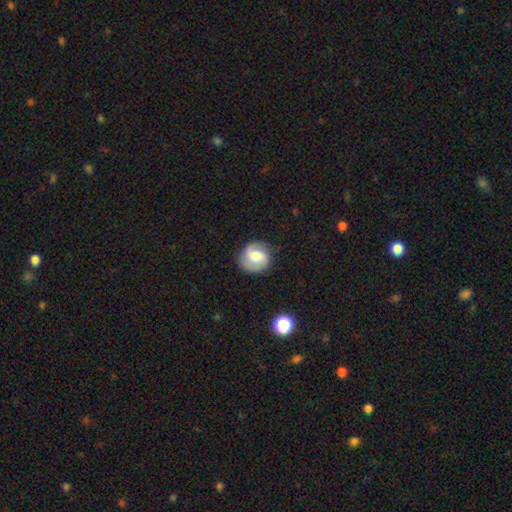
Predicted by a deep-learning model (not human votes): A featured or disk galaxy (60%) with a weak bar (51%), 2 (84%) medium (45%) spiral arms (90%) and a moderate central bulge (54%).

Vote fractions:
- Smooth or featured? featured or disk: 60% / smooth: 33% / star or artifact: 7%
- Edge-on disk? no: 98% / yes: 2%
- Bar? weak: 51% / no: 32% / strong: 18%
- Spiral arms? yes: 90% / no: 10%
- Spiral winding? medium: 45% / tight: 28% / loose: 26%
- Spiral arm count? 2: 84% / can't tell: 7% / 1: 5% / 3: 2% / 4: 1% / more than 4: 1%
- Bulge size? moderate: 54% / small: 22% / large: 17% / none: 4% / dominant: 2%
- Merging? none: 81% / minor disturbance: 13% / major disturbance: 4% / merger: 1%